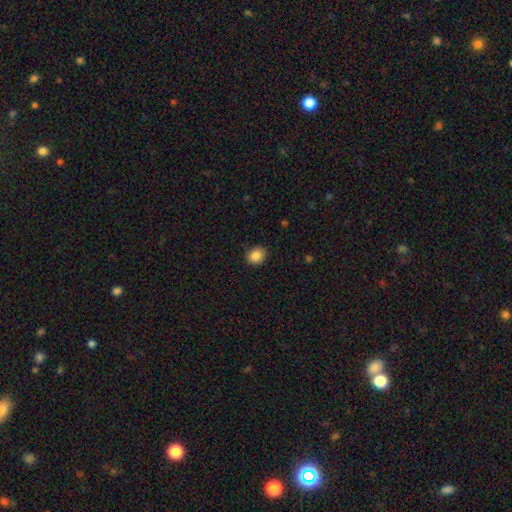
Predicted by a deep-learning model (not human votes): Smooth or featured?
  - smooth: 87% *
  - star or artifact: 9%
  - featured or disk: 4%
How rounded?
  - round: 74% *
  - in between: 25%
  - cigar-shaped: 1%
Merging?
  - none: 87% *
  - minor disturbance: 9%
  - major disturbance: 2%
  - merger: 1%